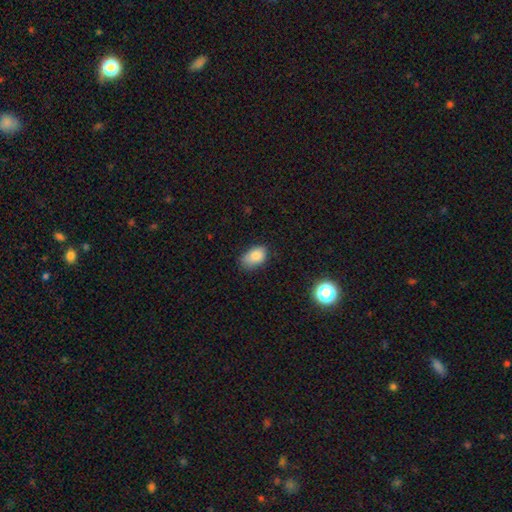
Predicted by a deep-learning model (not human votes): Smooth or featured? smooth (84%)
How rounded? in between (88%)
Merging? none (63%)